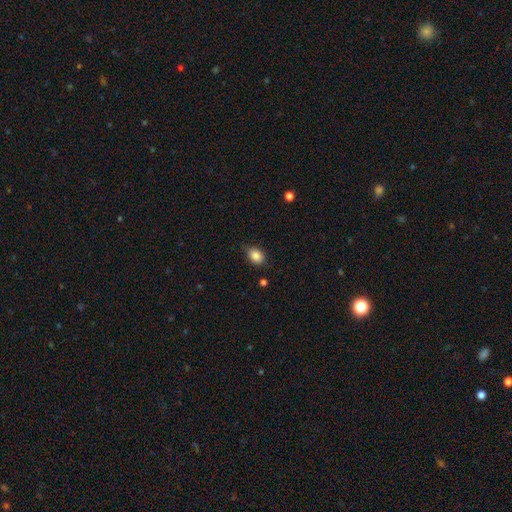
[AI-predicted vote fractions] Overall: smooth (86%). How rounded: in between (70%). Merging: none (77%).